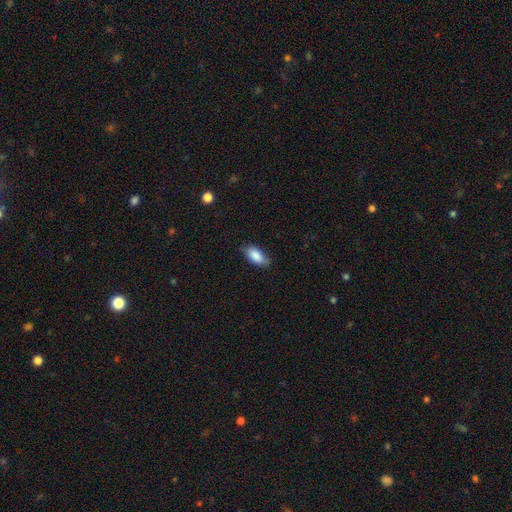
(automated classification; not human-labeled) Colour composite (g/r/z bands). It shows a smooth galaxy with no disk features (85%) that is in between round and cigar-shaped (88%). Merging: none (73%).